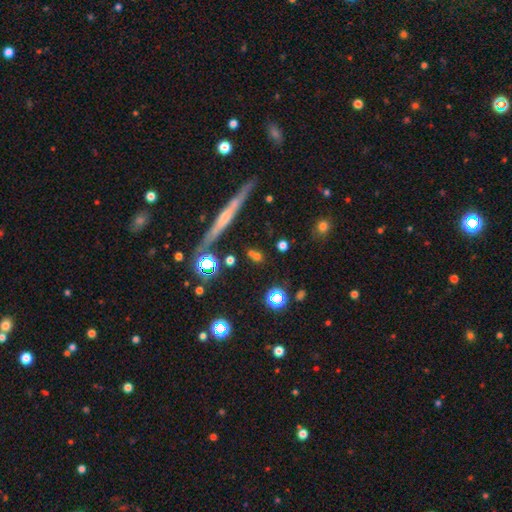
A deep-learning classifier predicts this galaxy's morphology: A smooth galaxy with no disk features (59%) that is round (62%).

Vote fractions:
- Smooth or featured? smooth: 59% / star or artifact: 25% / featured or disk: 16%
- How rounded? round: 62% / in between: 21% / cigar-shaped: 17%
- Merging? none: 75% / merger: 11% / minor disturbance: 10% / major disturbance: 4%